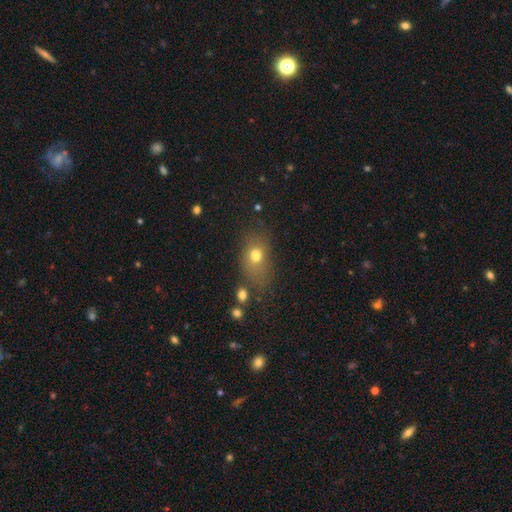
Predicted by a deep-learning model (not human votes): smooth_or_featured: smooth (p=0.72) [alt: featured or disk p=0.14]
how_rounded: in between (p=0.69) [alt: round p=0.28]
merging: none (p=0.55) [alt: minor disturbance p=0.21]